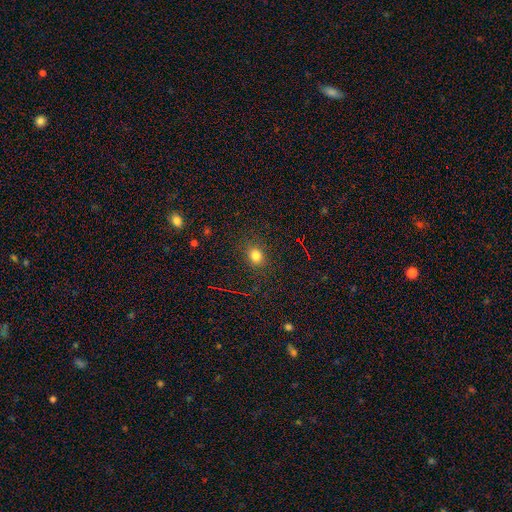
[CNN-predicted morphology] Smooth or featured: smooth — 76% (star or artifact — 17%)
How rounded: round — 61% (in between — 38%)
Merging: none — 85% (minor disturbance — 10%)